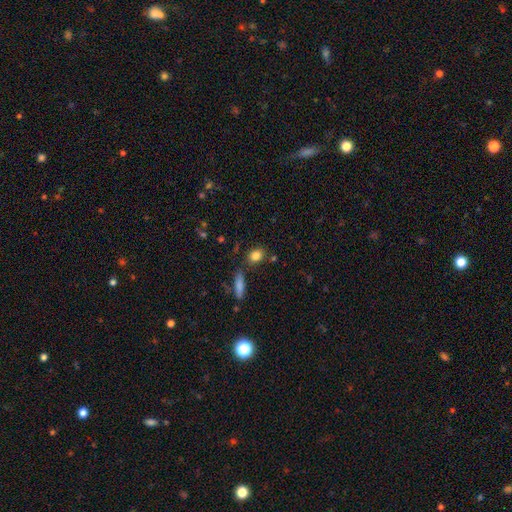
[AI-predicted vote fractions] This is clearly a smooth galaxy (84%). How rounded: possibly in between (58%). Merging: likely none (78%).